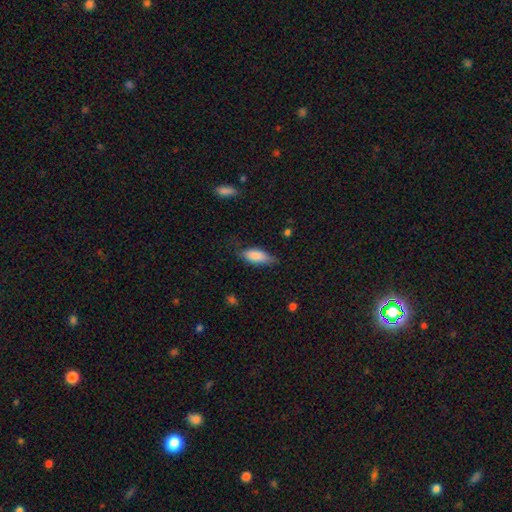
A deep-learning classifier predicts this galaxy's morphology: A smooth galaxy with no disk features (82%) that is in between round and cigar-shaped (78%). Merging: none (64%).